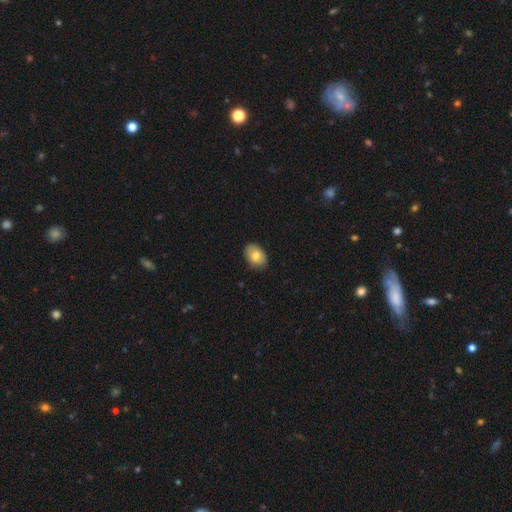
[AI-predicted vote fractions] A smooth galaxy with no disk features (77%) that is in between round and cigar-shaped (79%). Merging: none (84%).